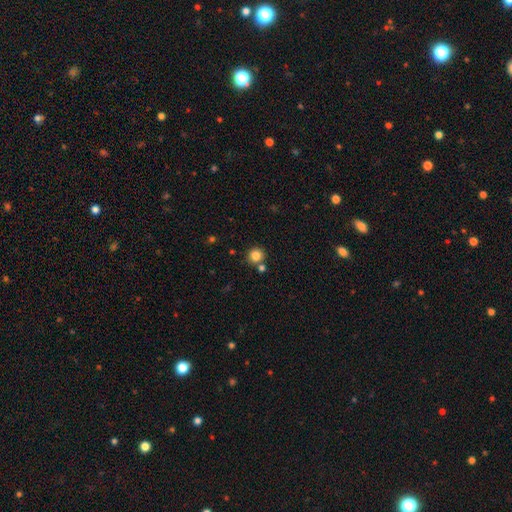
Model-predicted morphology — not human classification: type=smooth (83%); roundness=round (93%); merging=none (76%).